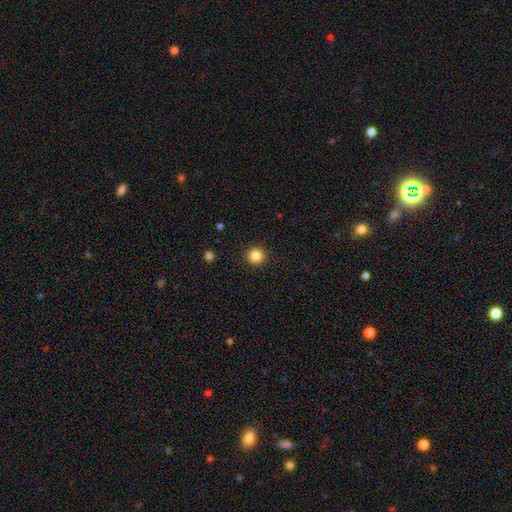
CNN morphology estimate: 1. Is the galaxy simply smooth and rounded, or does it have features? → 84% smooth, 11% star or artifact, 5% featured or disk.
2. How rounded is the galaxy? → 95% round, 4% in between, 1% cigar-shaped.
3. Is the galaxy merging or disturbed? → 92% none, 5% minor disturbance, 2% major disturbance, 1% merger.